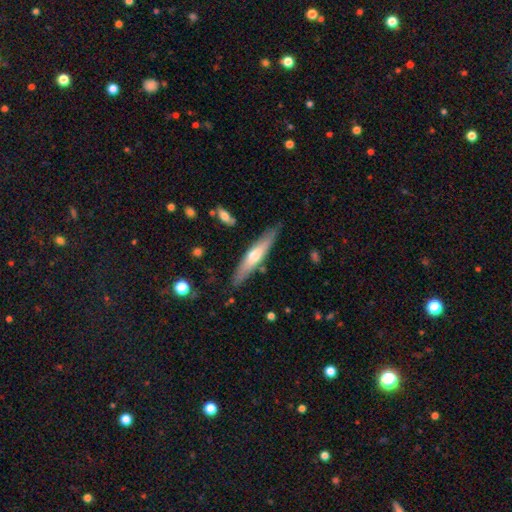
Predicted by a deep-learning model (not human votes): Smooth or featured?
  - featured or disk: 48% *
  - smooth: 47%
  - star or artifact: 5%
Merging?
  - none: 82% *
  - minor disturbance: 13%
  - merger: 3%
  - major disturbance: 3%